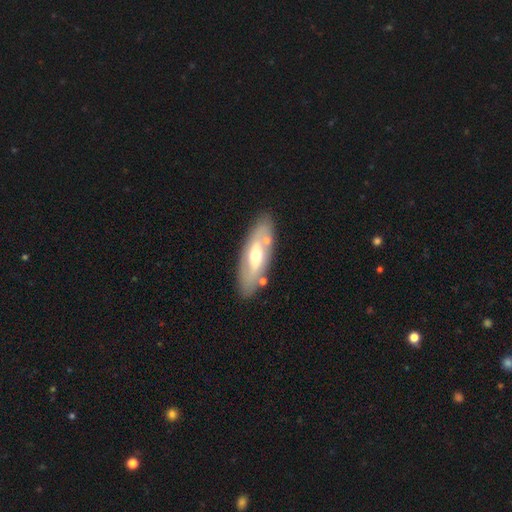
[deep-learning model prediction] Overall: featured or disk (55%; smooth 39%). Edge-on disk: no (73%). Merging: none (79%).